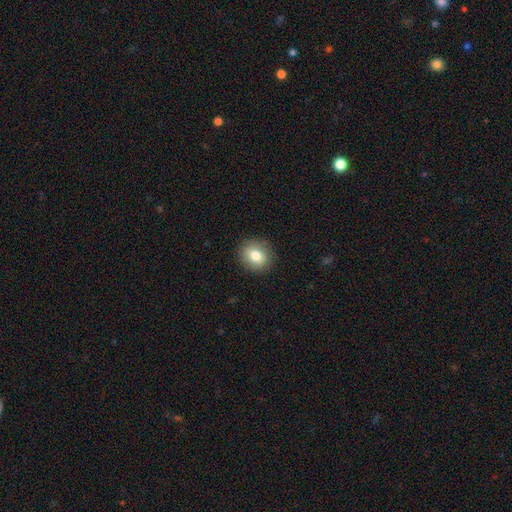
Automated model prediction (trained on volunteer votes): smooth_or_featured: smooth (p=0.79) [alt: featured or disk p=0.12]
how_rounded: round (p=0.73) [alt: in between p=0.26]
merging: none (p=0.88) [alt: minor disturbance p=0.09]